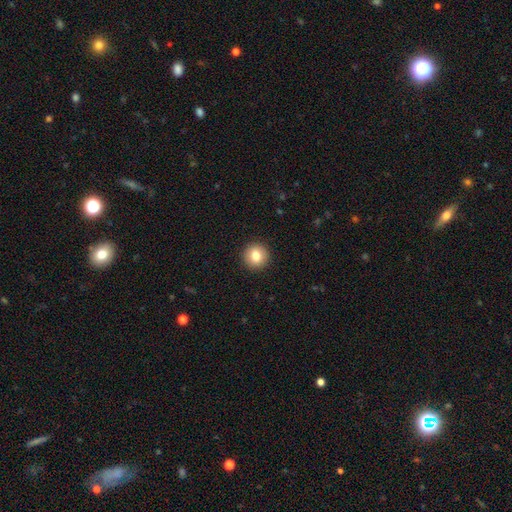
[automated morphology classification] The model was most divided on "smooth or featured": smooth: 81%, star or artifact: 10%, featured or disk: 9%. More confident: how rounded — round (94%); merging — none (93%).